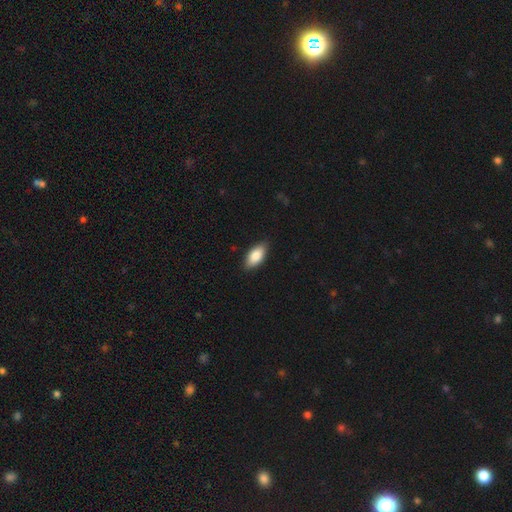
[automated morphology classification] Overall: smooth (86%). How rounded: in between (90%). Merging: none (87%).